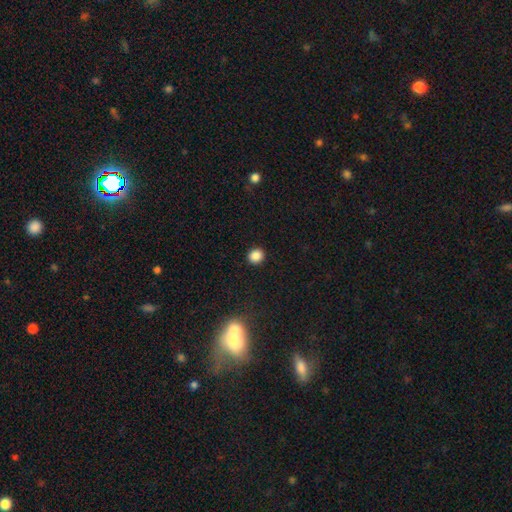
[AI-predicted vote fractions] Smooth or featured? smooth (86%)
How rounded? round (81%)
Merging? none (92%)